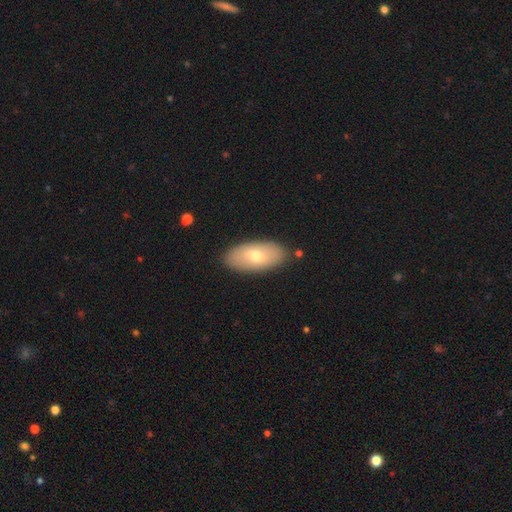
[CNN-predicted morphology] This appears to be a smooth galaxy with no disk features (67%) that is in between round and cigar-shaped (91%). Merging: none (86%).